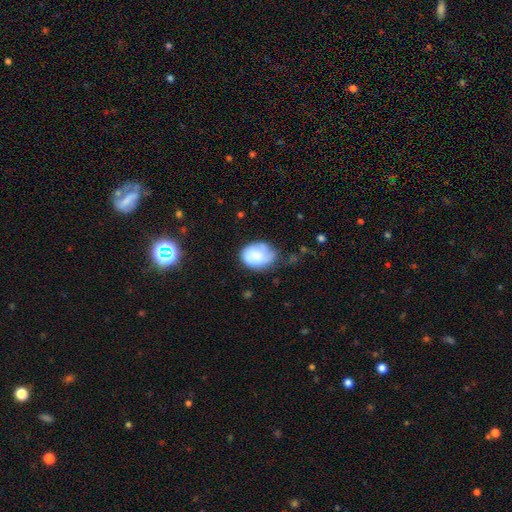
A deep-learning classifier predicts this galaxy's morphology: A smooth galaxy with no disk features (69%) that is in between round and cigar-shaped (60%).

Vote fractions:
- Smooth or featured? smooth: 69% / featured or disk: 24% / star or artifact: 8%
- How rounded? in between: 60% / round: 39% / cigar-shaped: 1%
- Merging? none: 45% / minor disturbance: 36% / major disturbance: 14% / merger: 4%